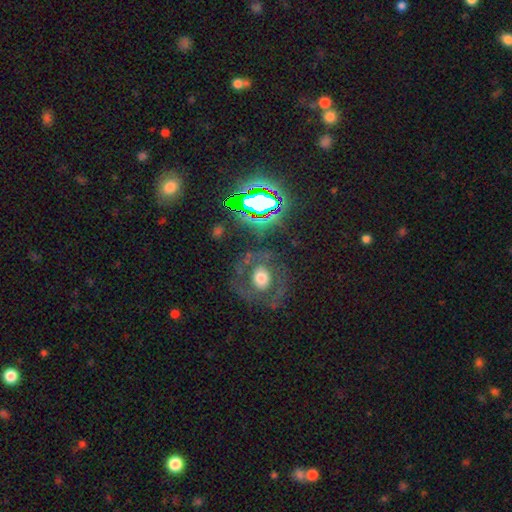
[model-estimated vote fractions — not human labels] Smooth or featured? Predicted: featured or disk (p=0.40). Merging? Predicted: none (p=0.74).